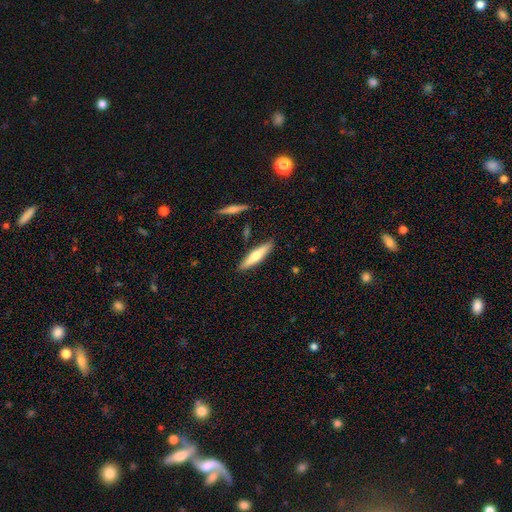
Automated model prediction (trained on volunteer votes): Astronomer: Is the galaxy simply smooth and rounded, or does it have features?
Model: smooth — 58% (runner-up: featured or disk, 36%).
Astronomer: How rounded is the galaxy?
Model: cigar-shaped — 77%.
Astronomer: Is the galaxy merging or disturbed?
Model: none — 86%.